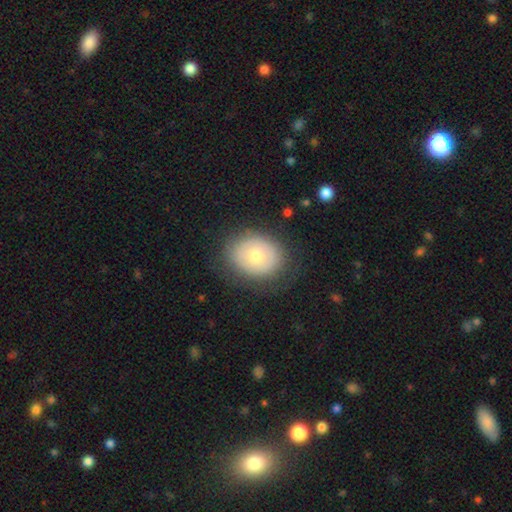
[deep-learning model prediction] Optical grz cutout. It shows a smooth galaxy with no disk features (61%) that is round (52%). Merging: none (81%).